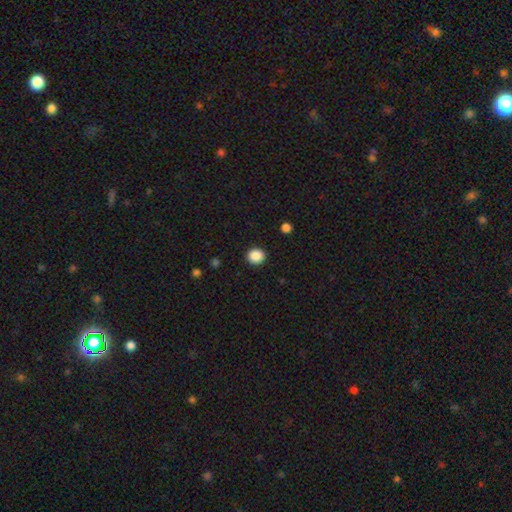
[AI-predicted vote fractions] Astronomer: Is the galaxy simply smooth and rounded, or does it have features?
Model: smooth — 88%.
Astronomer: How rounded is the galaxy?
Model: round — 86%.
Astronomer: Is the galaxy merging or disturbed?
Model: none — 91%.